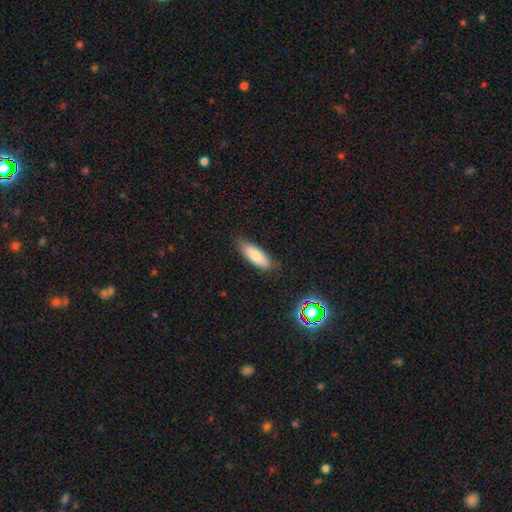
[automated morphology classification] Smooth or featured? Predicted: smooth (p=0.80). How rounded? Predicted: in between (p=0.64). Merging? Predicted: none (p=0.82).